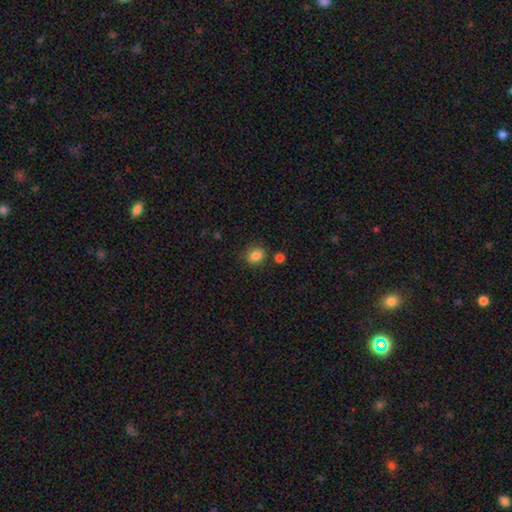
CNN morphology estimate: smooth-or-featured: smooth: 85% | star or artifact: 10% | featured or disk: 5%
  how-rounded: round: 51% | in between: 48% | cigar-shaped: 1%
  merging: none: 79% | minor disturbance: 13% | merger: 5% | major disturbance: 3%